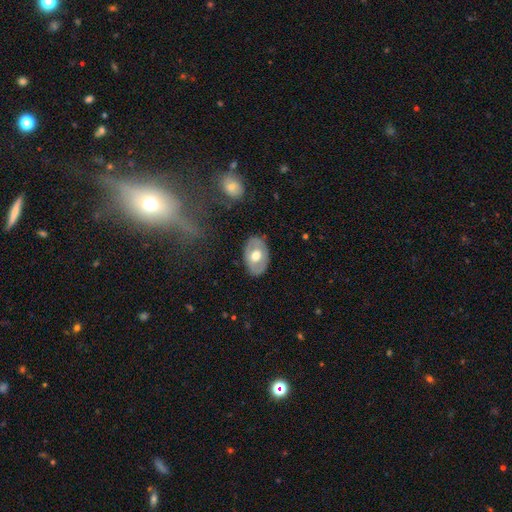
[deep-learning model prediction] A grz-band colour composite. It shows a smooth galaxy with no disk features (50%) that is in between round and cigar-shaped (86%). Merging: none (83%).